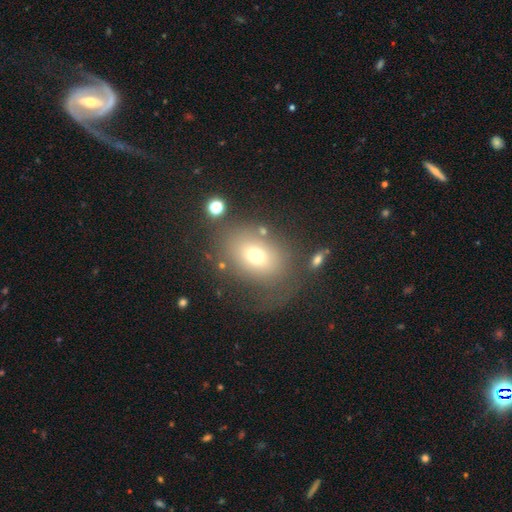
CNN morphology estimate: Smooth or featured: smooth — 67% (featured or disk — 19%)
How rounded: in between — 63% (round — 36%)
Merging: none — 56% (major disturbance — 19%)